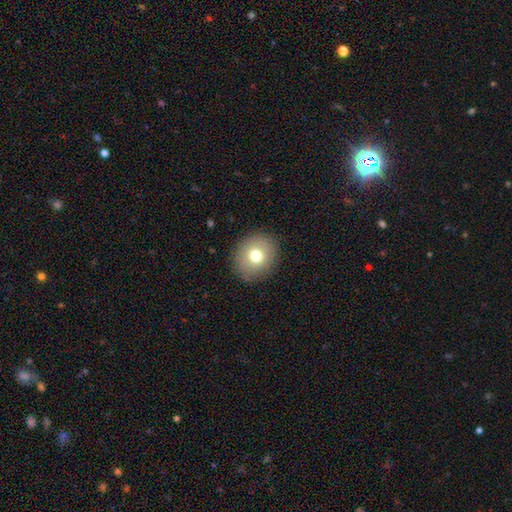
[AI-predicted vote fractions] Overall: smooth (75%). How rounded: round (79%). Merging: none (88%).